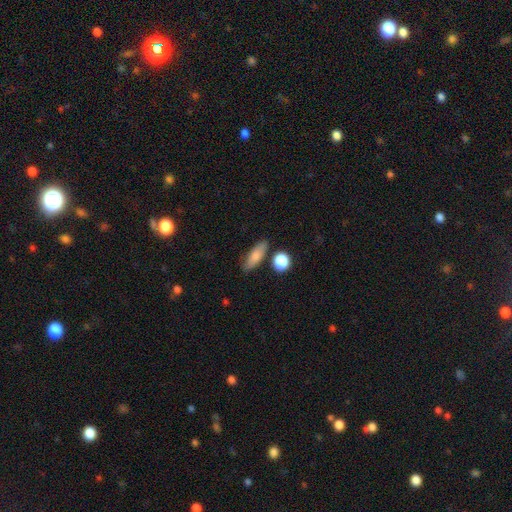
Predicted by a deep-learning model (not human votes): Smooth or featured: smooth — 77% (featured or disk — 15%)
How rounded: in between — 61% (cigar-shaped — 32%)
Merging: none — 78% (minor disturbance — 13%)